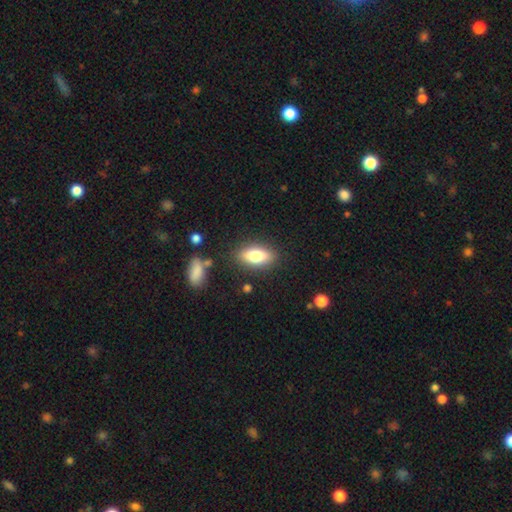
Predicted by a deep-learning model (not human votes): smooth 72%, featured or disk 21%, star or artifact 8%. Down the decision tree: how rounded — in between (80%); merging — none (84%).